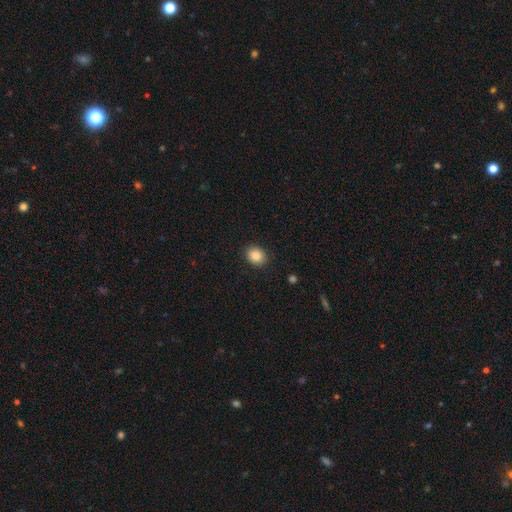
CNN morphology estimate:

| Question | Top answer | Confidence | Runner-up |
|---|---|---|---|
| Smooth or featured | smooth | 87% | star or artifact (9%) |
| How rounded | round | 56% | in between (43%) |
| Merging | none | 90% | minor disturbance (7%) |